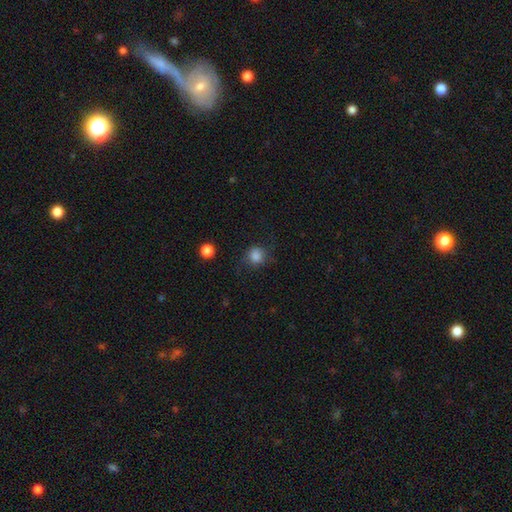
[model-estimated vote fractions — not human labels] Smooth or featured? Predicted: smooth (p=0.83). How rounded? Predicted: round (p=0.83). Merging? Predicted: none (p=0.68).